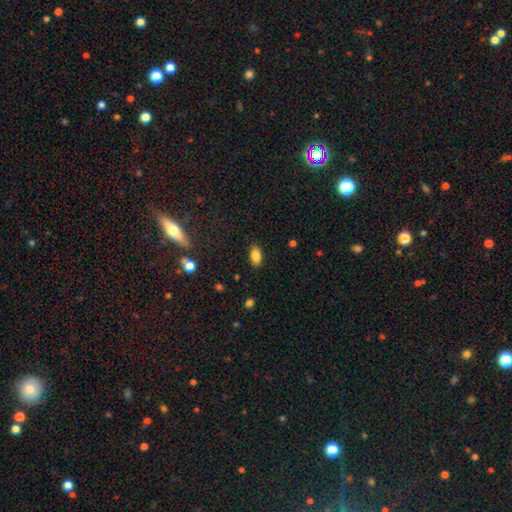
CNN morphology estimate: smooth 85%, star or artifact 9%, featured or disk 7%. Down the decision tree: how rounded — in between (90%); merging — none (87%).